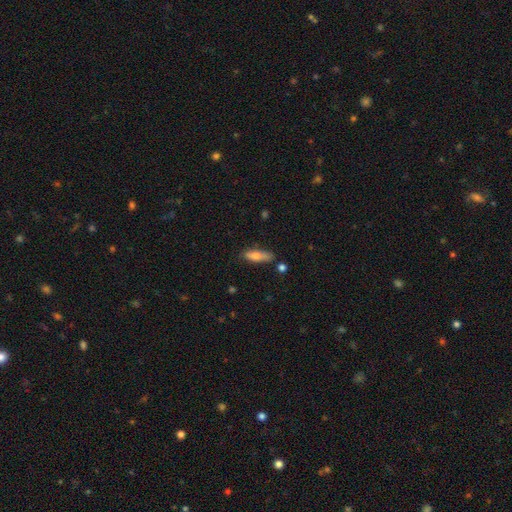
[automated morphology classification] Overall: smooth (68%). How rounded: cigar-shaped (51%; in between 47%). Merging: none (70%).